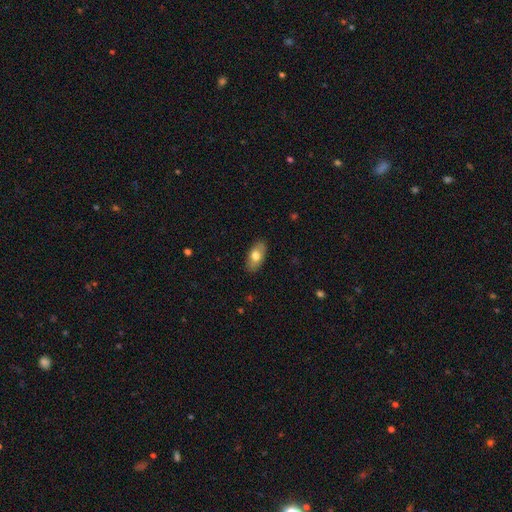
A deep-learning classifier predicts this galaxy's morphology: Smooth or featured? smooth (70%)
How rounded? in between (92%)
Merging? none (87%)